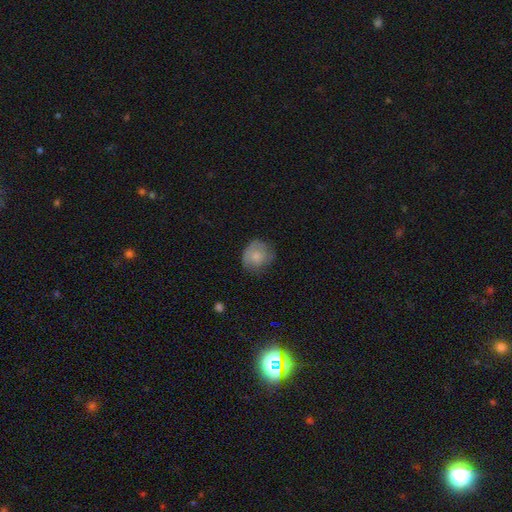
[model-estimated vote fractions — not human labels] This appears to be a smooth galaxy with no disk features (66%) that is round (78%). Merging: none (60%).